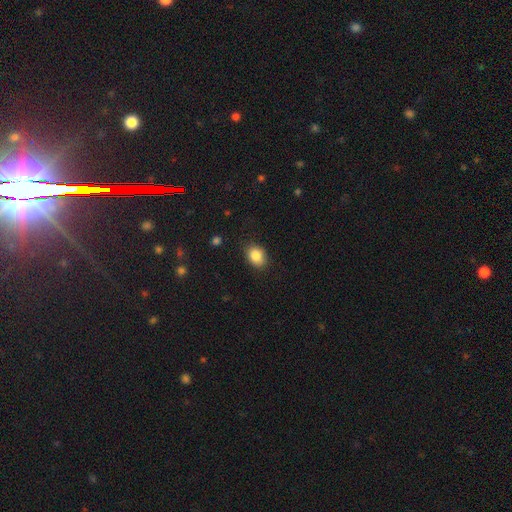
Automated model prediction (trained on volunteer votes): Smooth or featured: smooth — 86% (star or artifact — 8%)
How rounded: in between — 69% (round — 30%)
Merging: none — 83% (minor disturbance — 13%)